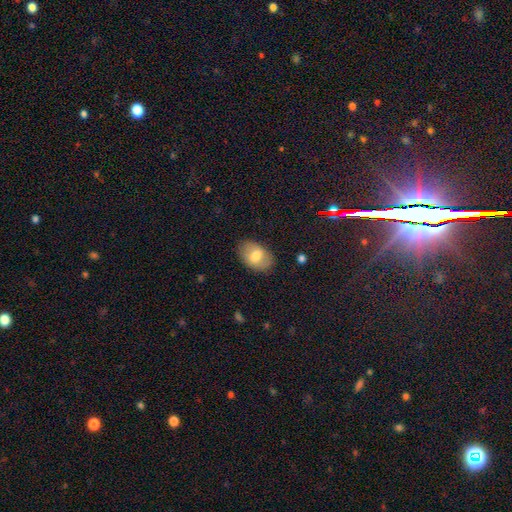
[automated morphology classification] Overall: smooth (68%). How rounded: in between (84%). Merging: none (84%).